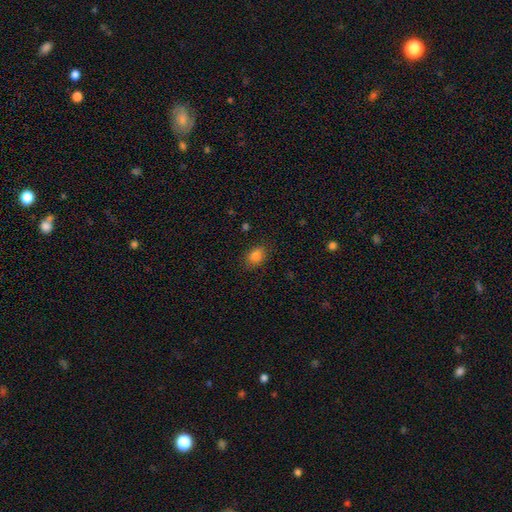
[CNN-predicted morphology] Overall: smooth (83%). How rounded: in between (68%; round 31%). Merging: none (84%).